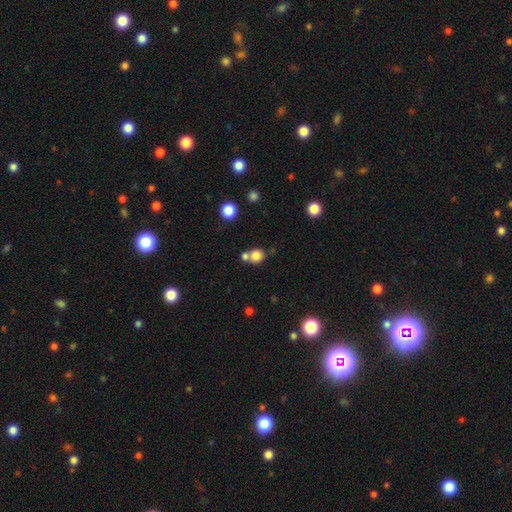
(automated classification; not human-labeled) This is likely a smooth galaxy (80%). How rounded: clearly round (81%). Merging: possibly none (52%).